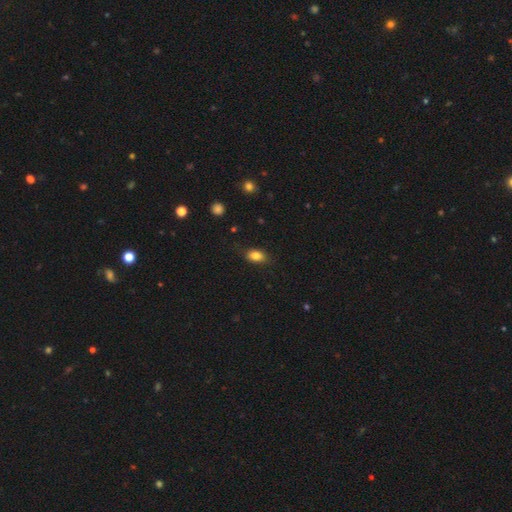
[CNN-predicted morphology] Smooth or featured: smooth — 84% (star or artifact — 9%)
How rounded: in between — 82% (round — 15%)
Merging: none — 80% (minor disturbance — 15%)